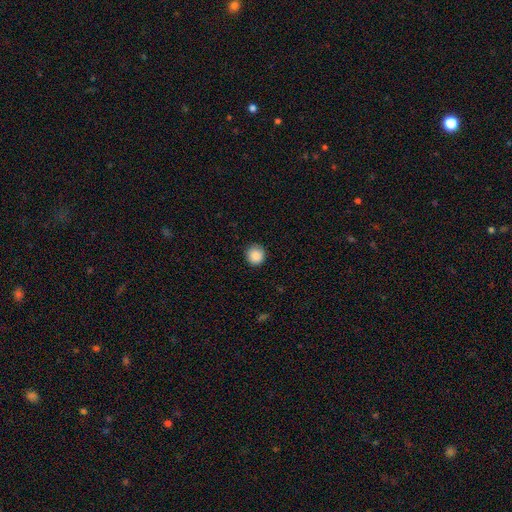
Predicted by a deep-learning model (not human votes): smooth 88%, star or artifact 9%, featured or disk 4%. Down the decision tree: how rounded — round (94%); merging — none (90%).